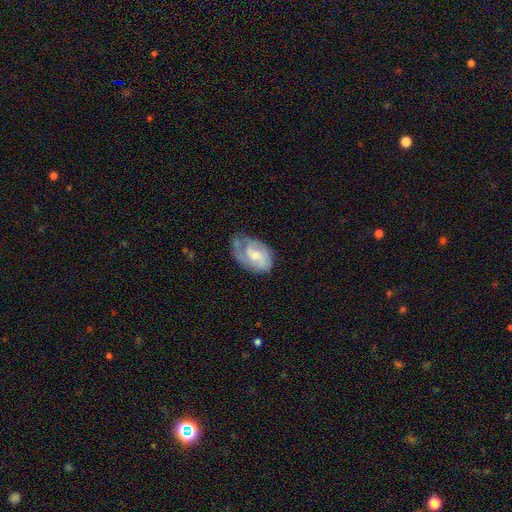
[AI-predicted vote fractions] Smooth or featured? featured or disk (68%)
Edge-on disk? no (97%)
Bar? no (53%)
Spiral arms? yes (89%)
Spiral winding? medium (42%, tied with tight)
Spiral arm count? 2 (48%)
Bulge size? moderate (45%)
Merging? none (49%)